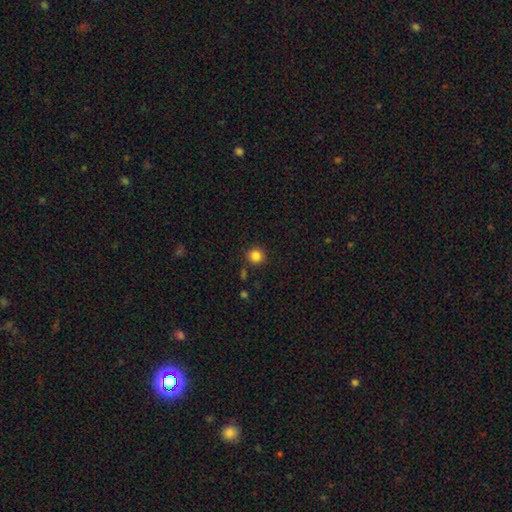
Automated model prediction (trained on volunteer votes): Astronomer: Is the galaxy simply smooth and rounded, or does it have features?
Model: smooth — 85%.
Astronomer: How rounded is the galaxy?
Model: round — 93%.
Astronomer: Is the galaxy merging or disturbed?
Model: none — 87%.